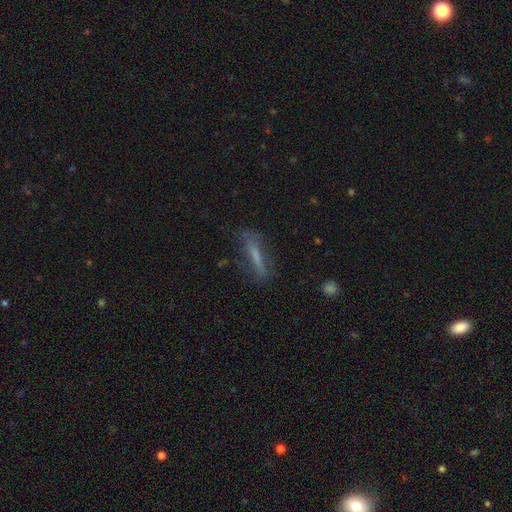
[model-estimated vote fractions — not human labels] smooth-or-featured: smooth: 49% | featured or disk: 39% | star or artifact: 11%
  merging: none: 71% | minor disturbance: 18% | major disturbance: 9% | merger: 2%